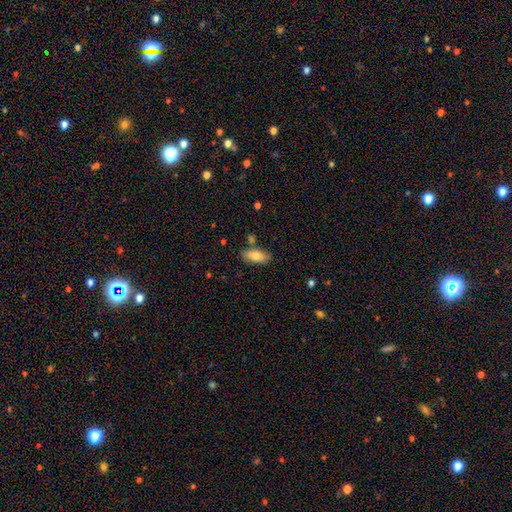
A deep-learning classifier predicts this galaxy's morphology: Q: Smooth or featured?
A: smooth (76%); runner-up: featured or disk (17%)
Q: How rounded?
A: in between (85%); runner-up: cigar-shaped (12%)
Q: Merging?
A: none (79%); runner-up: minor disturbance (13%)